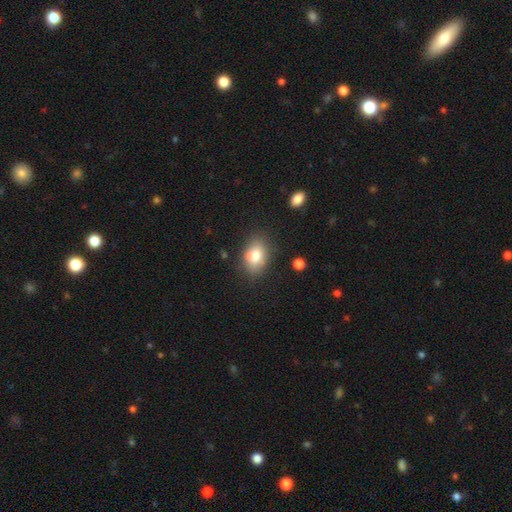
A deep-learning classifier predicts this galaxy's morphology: Smooth or featured? smooth (75%)
How rounded? in between (77%)
Merging? none (61%)